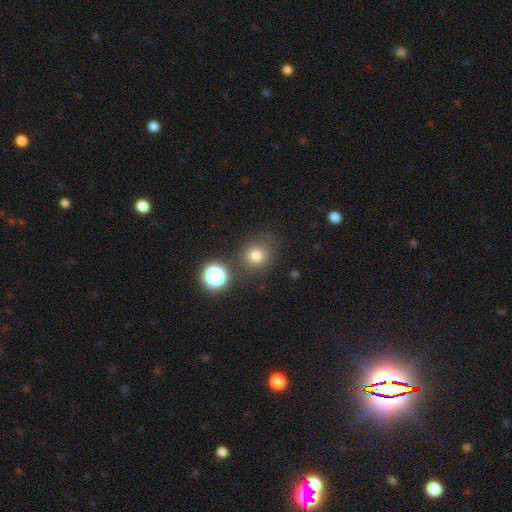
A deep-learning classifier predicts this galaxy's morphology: smooth 76%, star or artifact 16%, featured or disk 8%. Down the decision tree: how rounded — round (82%); merging — none (74%).